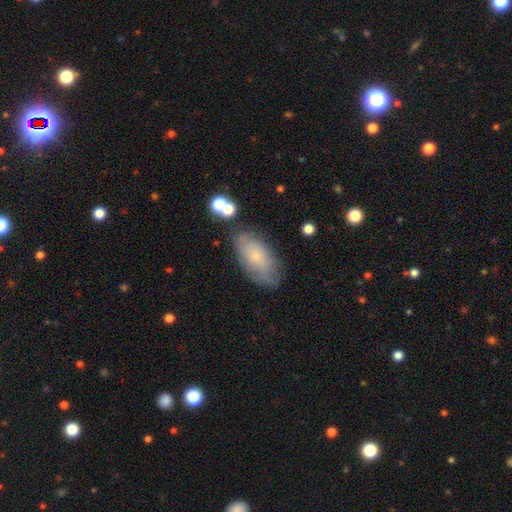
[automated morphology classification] type=smooth (58%); roundness=in between (90%); merging=none (71%).